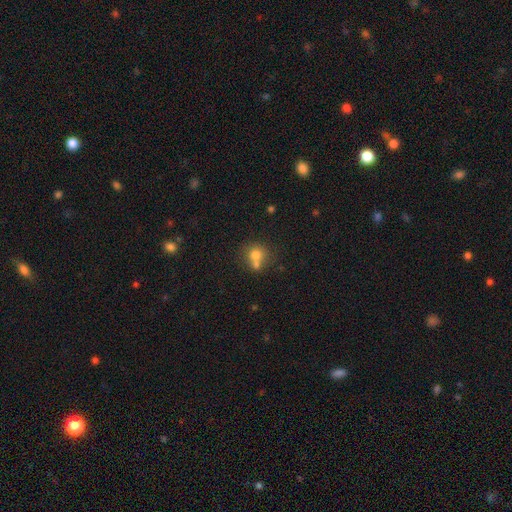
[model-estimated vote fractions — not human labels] Smooth or featured?
  - smooth: 73% *
  - featured or disk: 14%
  - star or artifact: 12%
How rounded?
  - round: 80% *
  - in between: 19%
  - cigar-shaped: 1%
Merging?
  - merger: 47% *
  - none: 40%
  - minor disturbance: 9%
  - major disturbance: 4%